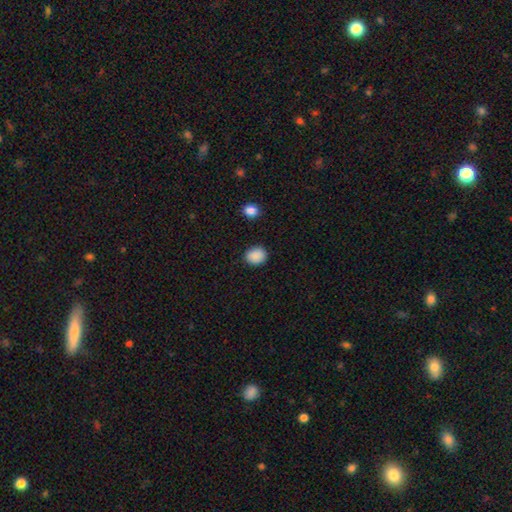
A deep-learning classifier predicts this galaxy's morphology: This is clearly a smooth galaxy (89%). How rounded: likely round (63%). Merging: clearly none (87%).